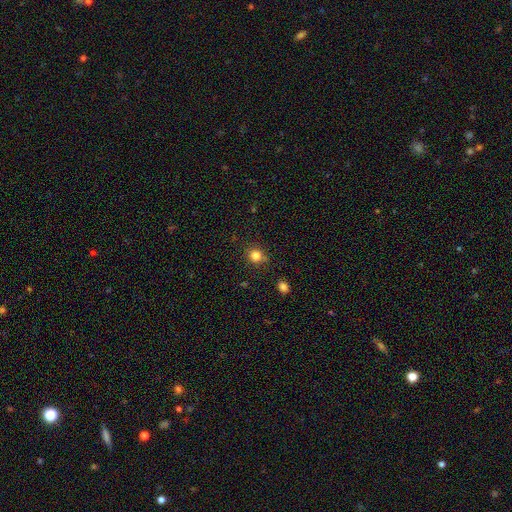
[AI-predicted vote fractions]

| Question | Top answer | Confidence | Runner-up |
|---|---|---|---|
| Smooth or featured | smooth | 82% | star or artifact (13%) |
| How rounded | round | 84% | in between (15%) |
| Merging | none | 79% | minor disturbance (14%) |